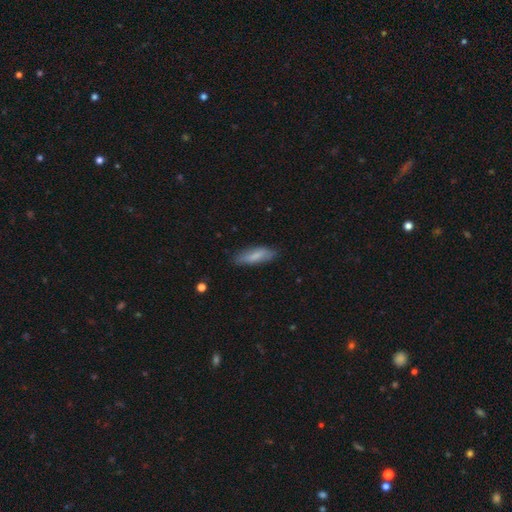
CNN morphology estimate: This appears to be a smooth galaxy with no disk features (73%) that is cigar-shaped (51%). Merging: none (80%).